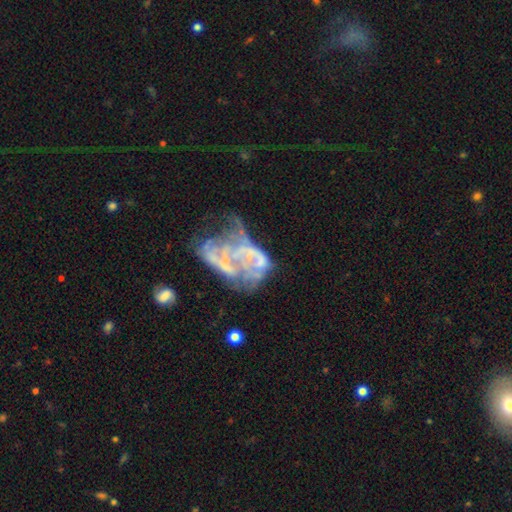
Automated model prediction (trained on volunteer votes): Morphology: type=featured or disk (71%); edge-on=no (98%); bar=no (85%); spiral arms=no (75%); bulge=none (66%); merging=major disturbance (43%).